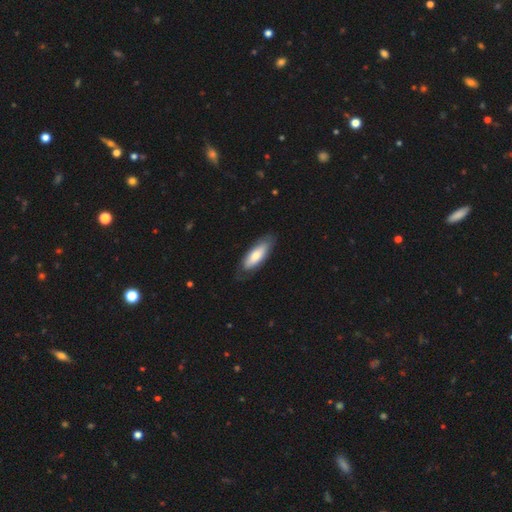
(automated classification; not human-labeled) Smooth or featured?
  - smooth: 70% *
  - featured or disk: 25%
  - star or artifact: 5%
How rounded?
  - in between: 66% *
  - cigar-shaped: 32%
  - round: 2%
Merging?
  - none: 74% *
  - minor disturbance: 20%
  - major disturbance: 5%
  - merger: 1%